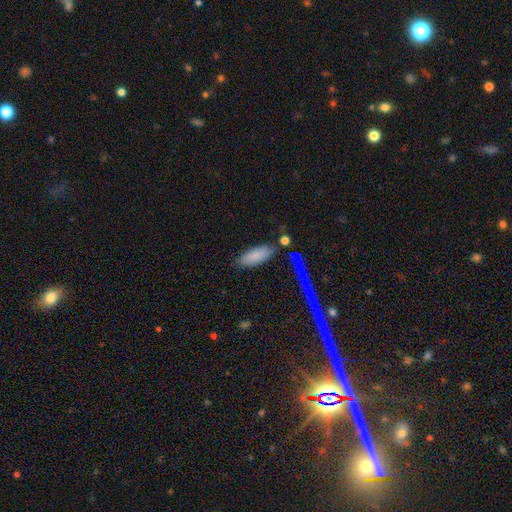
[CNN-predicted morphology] A smooth galaxy with no disk features (84%) that is in between round and cigar-shaped (72%).

Vote fractions:
- Smooth or featured? smooth: 84% / featured or disk: 9% / star or artifact: 7%
- How rounded? in between: 72% / cigar-shaped: 26% / round: 2%
- Merging? none: 75% / minor disturbance: 15% / merger: 7% / major disturbance: 4%